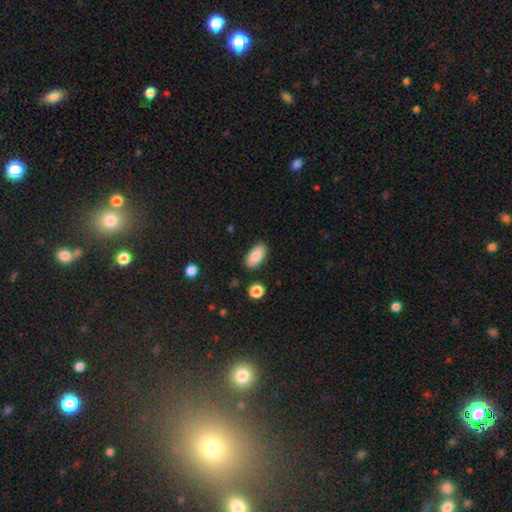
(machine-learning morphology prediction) smooth 85%, featured or disk 8%, star or artifact 7%. Down the decision tree: how rounded — in between (92%); merging — none (87%).